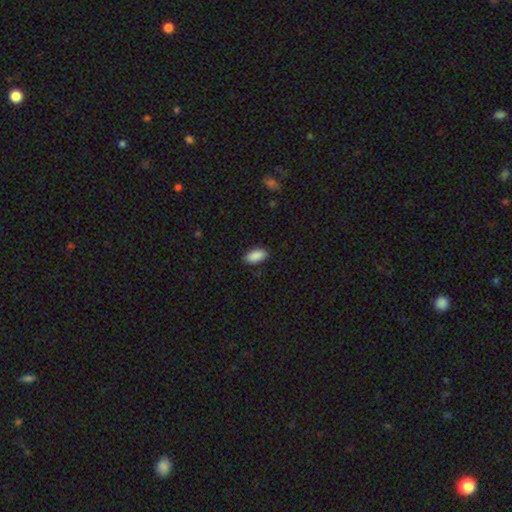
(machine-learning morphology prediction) smooth 90%, star or artifact 7%, featured or disk 3%. Down the decision tree: how rounded — in between (92%); merging — none (87%).